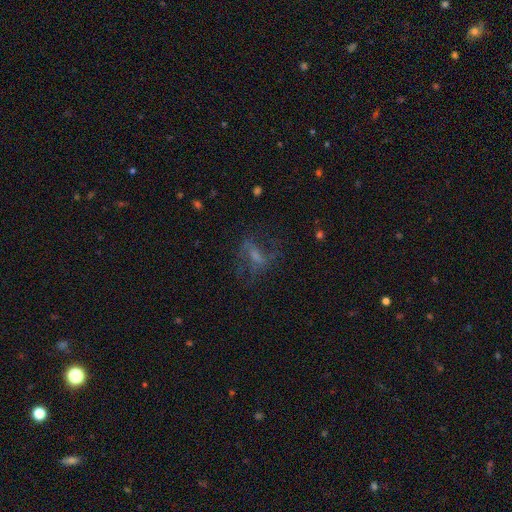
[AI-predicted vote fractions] Morphology: type=featured or disk (50%); merging=none (53%).